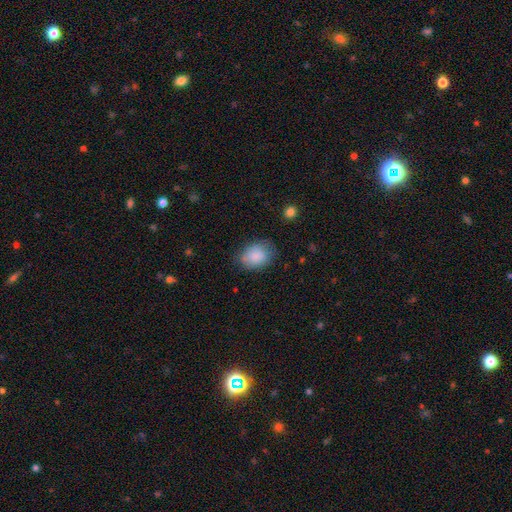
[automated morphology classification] A smooth galaxy with no disk features (85%) that is in between round and cigar-shaped (59%).

Vote fractions:
- Smooth or featured? smooth: 85% / featured or disk: 8% / star or artifact: 7%
- How rounded? in between: 59% / round: 40% / cigar-shaped: 1%
- Merging? none: 65% / minor disturbance: 26% / major disturbance: 7% / merger: 2%